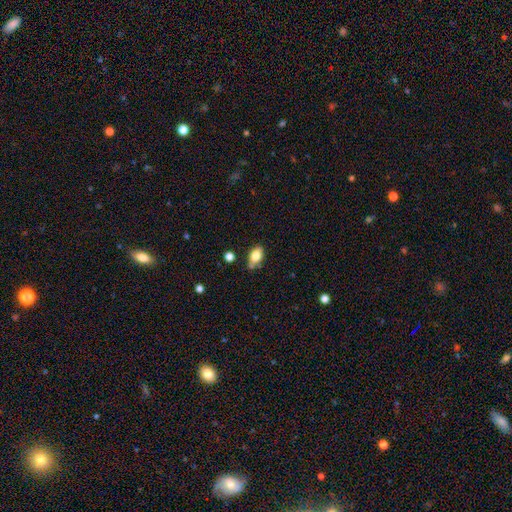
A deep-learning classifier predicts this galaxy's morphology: A smooth galaxy with no disk features (77%) that is in between round and cigar-shaped (86%).

Vote fractions:
- Smooth or featured? smooth: 77% / featured or disk: 14% / star or artifact: 8%
- How rounded? in between: 86% / round: 9% / cigar-shaped: 5%
- Merging? none: 64% / minor disturbance: 23% / merger: 8% / major disturbance: 5%